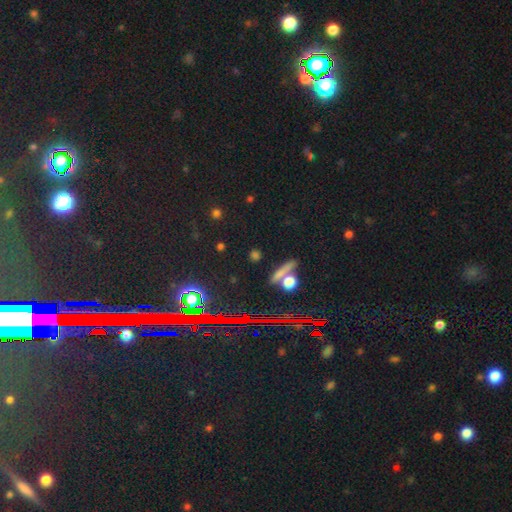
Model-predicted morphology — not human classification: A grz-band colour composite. It shows a star or artifact, not a galaxy (50%).